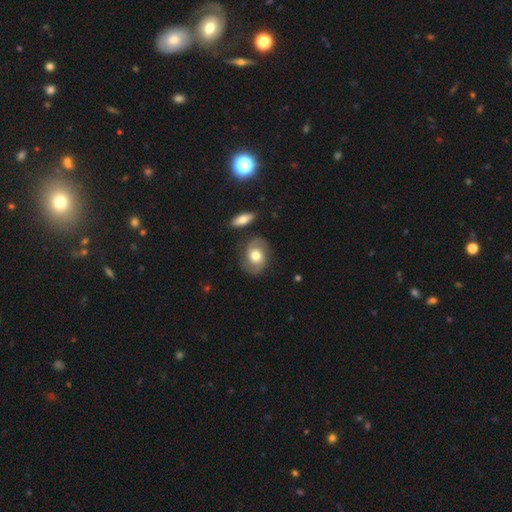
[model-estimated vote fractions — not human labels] Morphology: type=featured or disk (64%); edge-on=no (96%); bar=no (71%); spiral arms=yes (85%); winding=medium (48%); arm count=2 (90%); bulge=moderate (68%); merging=none (80%).